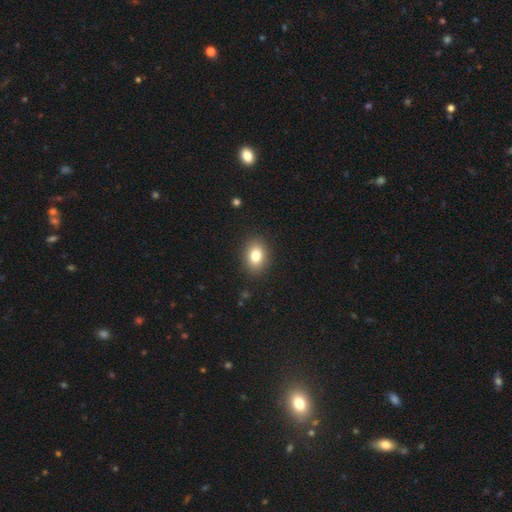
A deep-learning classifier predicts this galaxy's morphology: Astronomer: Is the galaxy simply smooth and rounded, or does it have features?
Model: smooth — 81%.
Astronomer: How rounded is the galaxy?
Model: in between — 71%.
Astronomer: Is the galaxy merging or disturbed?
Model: none — 89%.